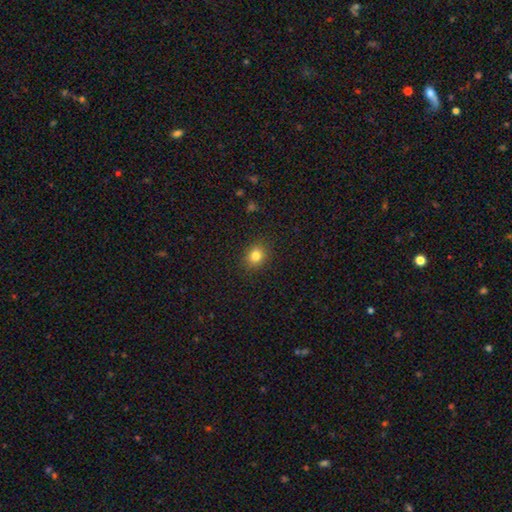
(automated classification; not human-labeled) This is clearly a smooth galaxy (82%). How rounded: likely round (69%). Merging: clearly none (89%).